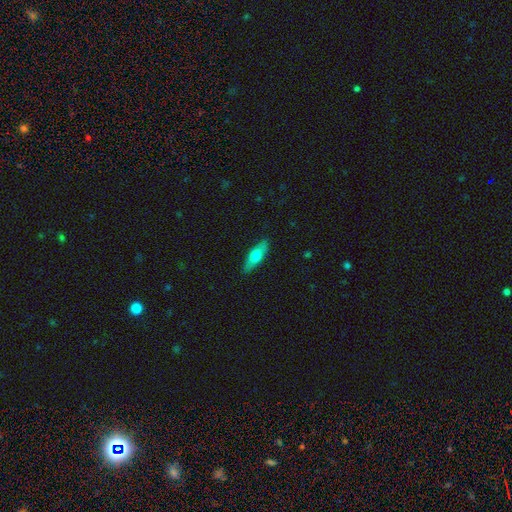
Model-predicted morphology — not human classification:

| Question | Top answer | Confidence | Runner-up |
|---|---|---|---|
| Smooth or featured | smooth | 58% | featured or disk (36%) |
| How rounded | in between | 53% | cigar-shaped (44%) |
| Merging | none | 87% | minor disturbance (10%) |